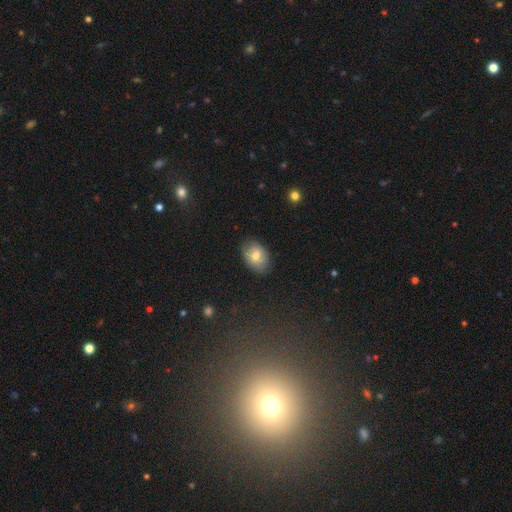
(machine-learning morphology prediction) A smooth galaxy with no disk features (70%) that is in between round and cigar-shaped (82%). Merging: none (82%).